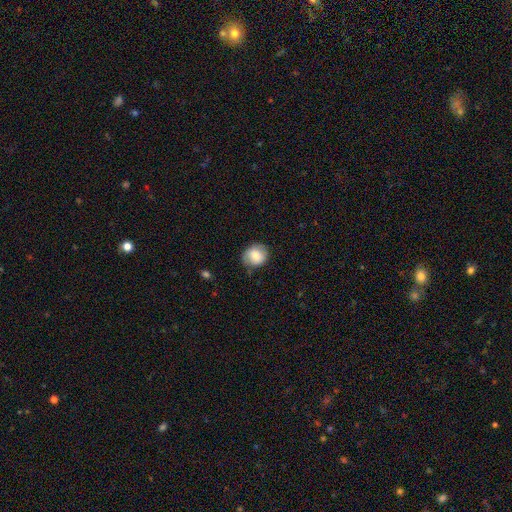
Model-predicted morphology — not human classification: Smooth or featured? Predicted: smooth (p=0.77). How rounded? Predicted: round (p=0.73). Merging? Predicted: none (p=0.73).